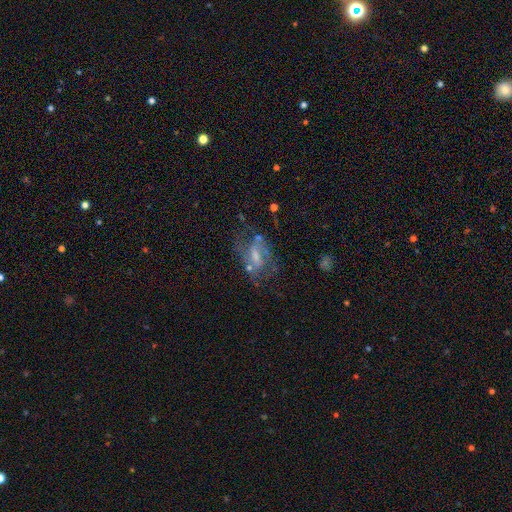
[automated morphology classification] type=featured or disk (64%); edge-on=no (95%); bar=weak (47%); spiral arms=yes (64%); bulge=moderate (37%, tied with small); merging=none (48%).